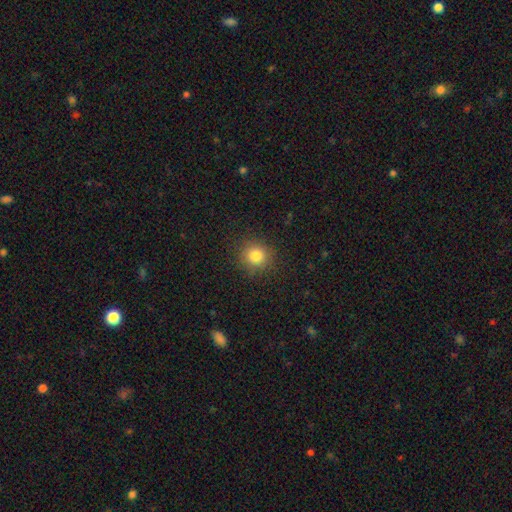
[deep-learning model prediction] Smooth or featured? Predicted: smooth (p=0.81). How rounded? Predicted: round (p=0.90). Merging? Predicted: none (p=0.89).